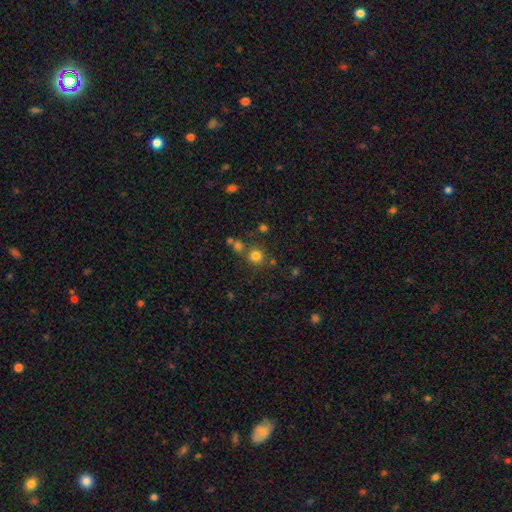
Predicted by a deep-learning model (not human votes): Smooth or featured? smooth (77%)
How rounded? round (90%)
Merging? none (72%)